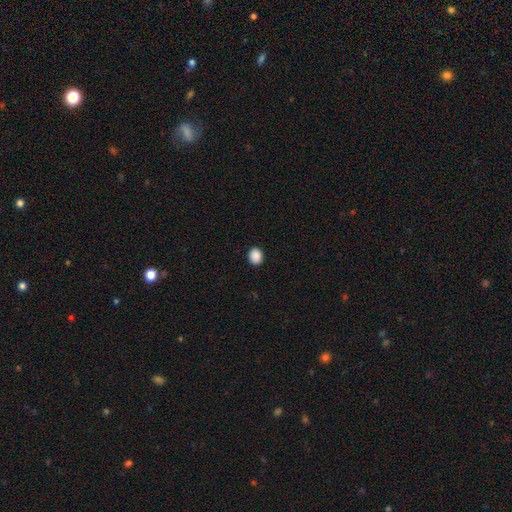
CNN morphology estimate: A smooth galaxy with no disk features (89%) that is round (56%).

Vote fractions:
- Smooth or featured? smooth: 89% / star or artifact: 8% / featured or disk: 2%
- How rounded? round: 56% / in between: 43% / cigar-shaped: 1%
- Merging? none: 91% / minor disturbance: 6% / major disturbance: 2% / merger: 1%